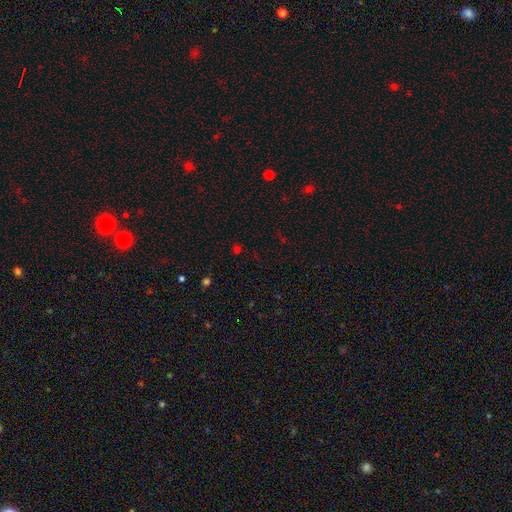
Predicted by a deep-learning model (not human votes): smooth-or-featured: star or artifact: 61% | smooth: 32% | featured or disk: 7%